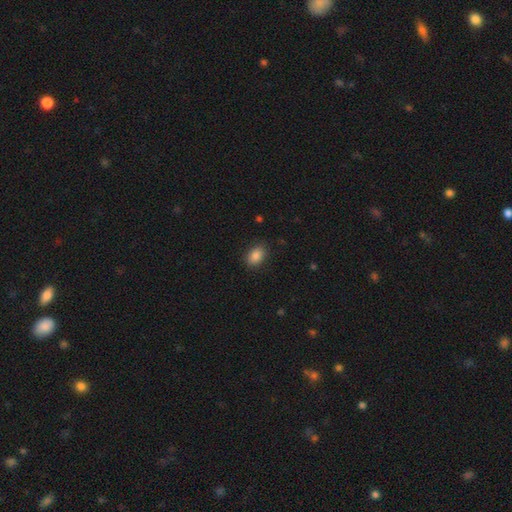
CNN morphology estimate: Smooth or featured: smooth — 87% (star or artifact — 9%)
How rounded: in between — 82% (round — 17%)
Merging: none — 85% (minor disturbance — 11%)